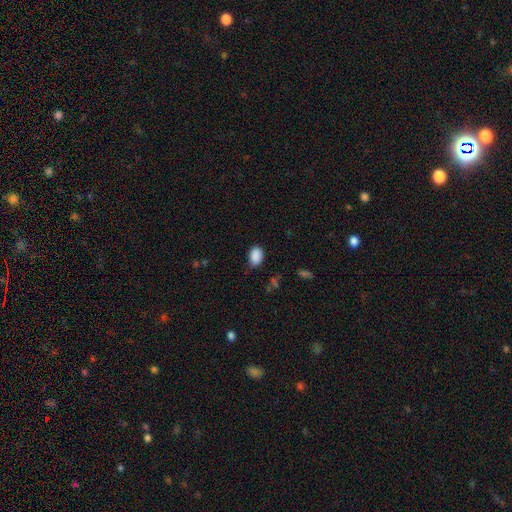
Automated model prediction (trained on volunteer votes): A smooth galaxy with no disk features (89%) that is in between round and cigar-shaped (84%). Merging: none (71%).